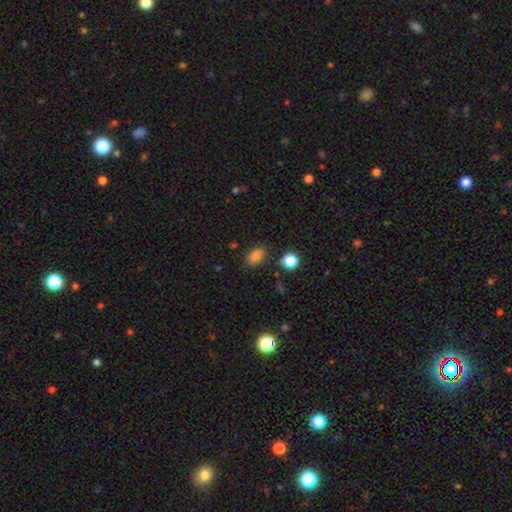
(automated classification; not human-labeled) Q: Smooth or featured?
A: smooth (82%); runner-up: star or artifact (12%)
Q: How rounded?
A: in between (81%); runner-up: round (17%)
Q: Merging?
A: none (79%); runner-up: minor disturbance (14%)